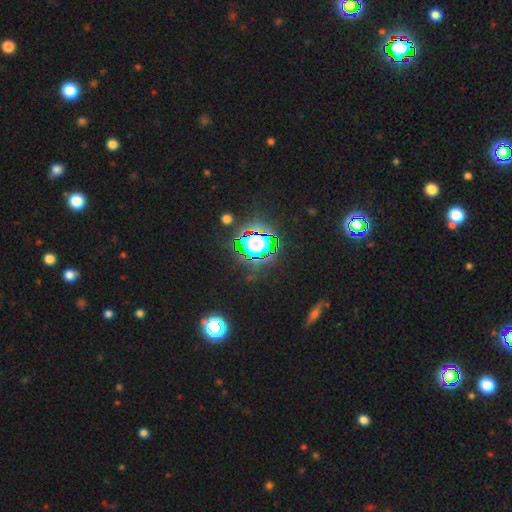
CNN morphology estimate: smooth_or_featured: star or artifact (p=0.68) [alt: smooth p=0.20]